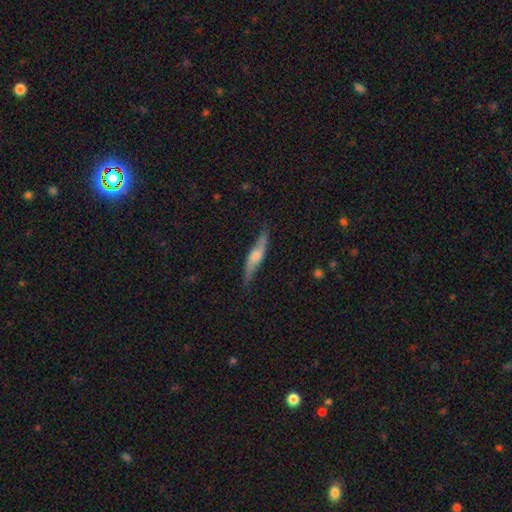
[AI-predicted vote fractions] Q: Smooth or featured?
A: featured or disk (64%); runner-up: smooth (30%)
Q: Edge-on disk?
A: yes (80%); runner-up: no (20%)
Q: Edge-on bulge?
A: rounded (85%); runner-up: none (8%)
Q: Merging?
A: none (79%); runner-up: minor disturbance (16%)